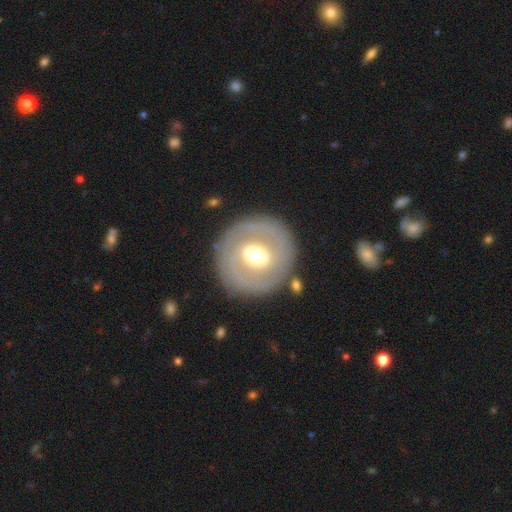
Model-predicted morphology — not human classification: Smooth or featured: featured or disk — 65% (smooth — 30%)
Edge-on disk: no — 95% (yes — 5%)
Bar: weak — 43% (no — 30%)
Spiral arms: no — 57% (yes — 43%)
Bulge size: moderate — 68% (large — 16%)
Merging: none — 83% (minor disturbance — 10%)